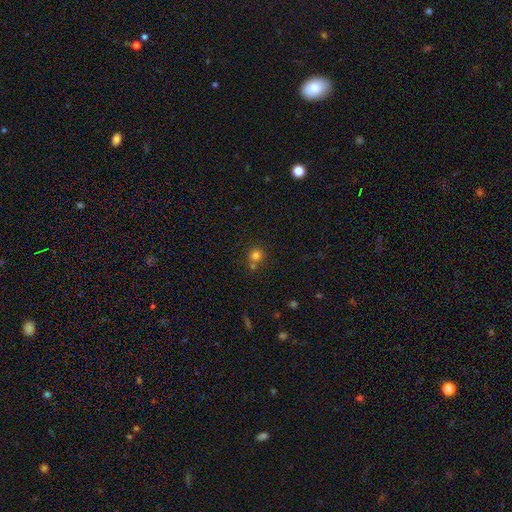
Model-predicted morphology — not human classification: Smooth or featured: smooth — 78% (star or artifact — 15%)
How rounded: round — 90% (in between — 9%)
Merging: none — 59% (merger — 29%)